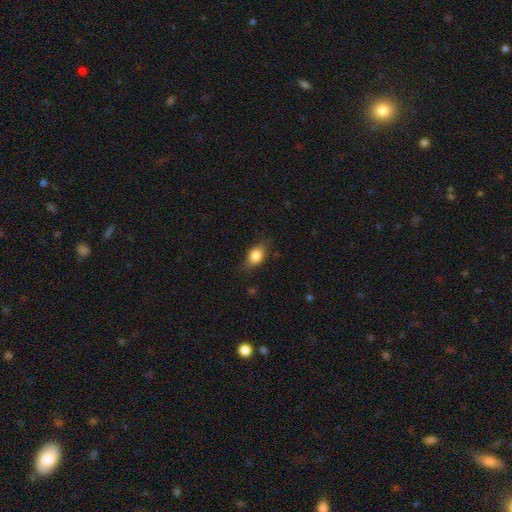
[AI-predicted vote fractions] Smooth or featured? smooth (80%)
How rounded? in between (71%)
Merging? none (77%)